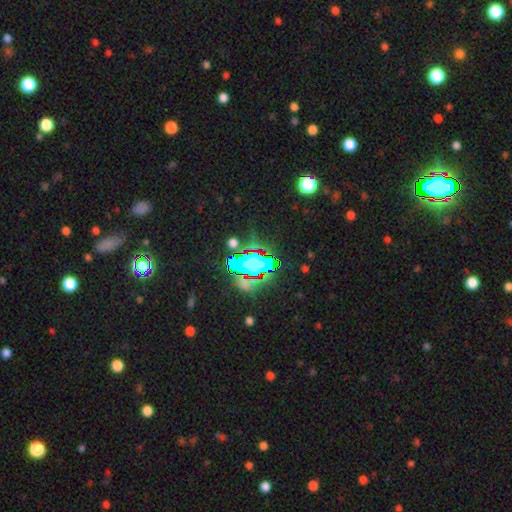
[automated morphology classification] A star or artifact, not a galaxy (58%).

Vote fractions:
- Smooth or featured? star or artifact: 58% / smooth: 26% / featured or disk: 16%